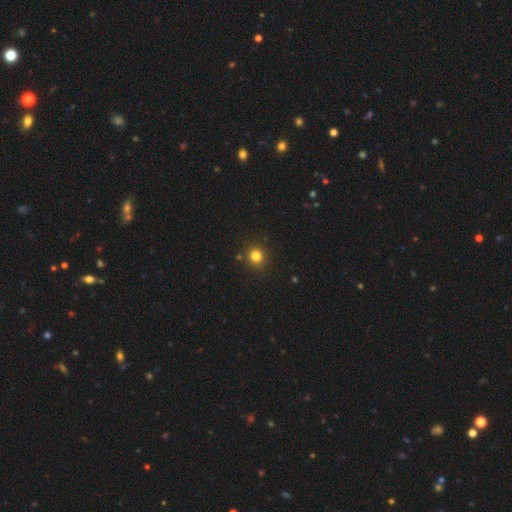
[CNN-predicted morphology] type=smooth (81%); roundness=round (84%); merging=none (88%).